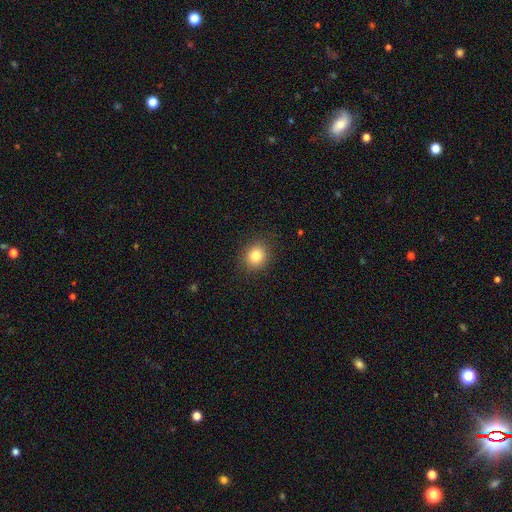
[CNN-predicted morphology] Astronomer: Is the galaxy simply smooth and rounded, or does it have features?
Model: smooth — 82%.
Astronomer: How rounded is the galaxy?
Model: round — 76%.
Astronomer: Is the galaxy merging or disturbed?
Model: none — 88%.